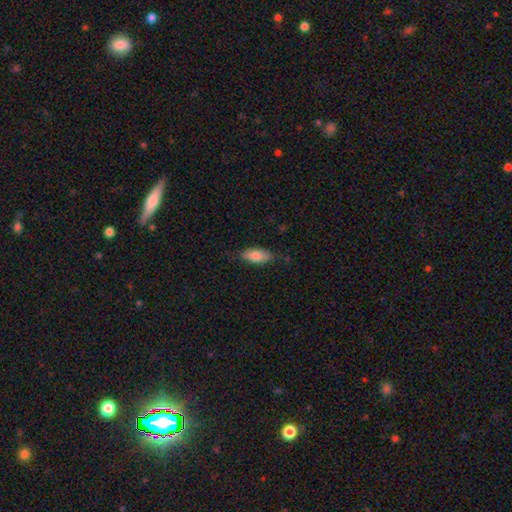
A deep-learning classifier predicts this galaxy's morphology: Smooth or featured? smooth (79%)
How rounded? in between (82%)
Merging? none (76%)